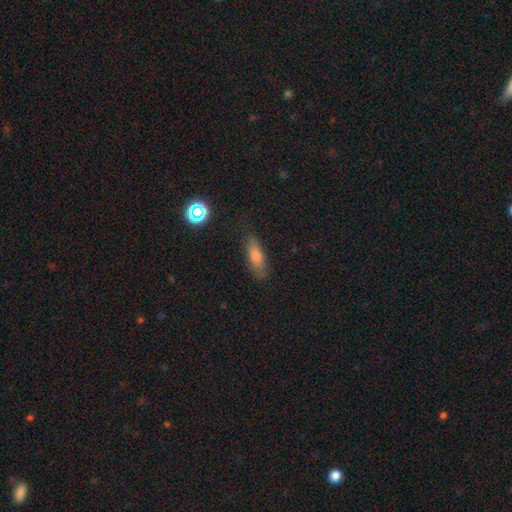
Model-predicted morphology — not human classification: This appears to be a smooth galaxy with no disk features (73%) that is in between round and cigar-shaped (55%). Merging: none (79%).